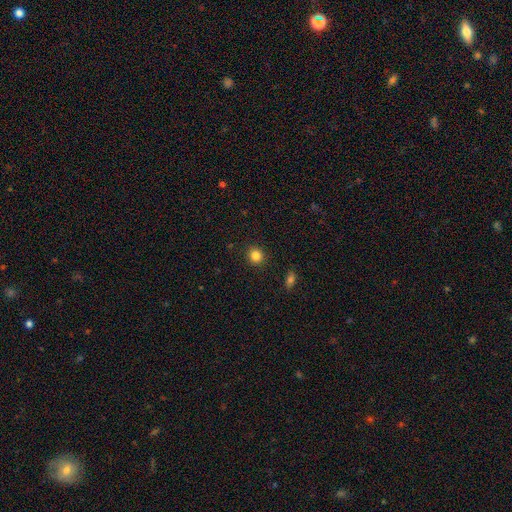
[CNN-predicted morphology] smooth-or-featured: smooth: 84% | star or artifact: 11% | featured or disk: 5%
  how-rounded: round: 89% | in between: 10% | cigar-shaped: 1%
  merging: none: 91% | minor disturbance: 6% | major disturbance: 2% | merger: 1%